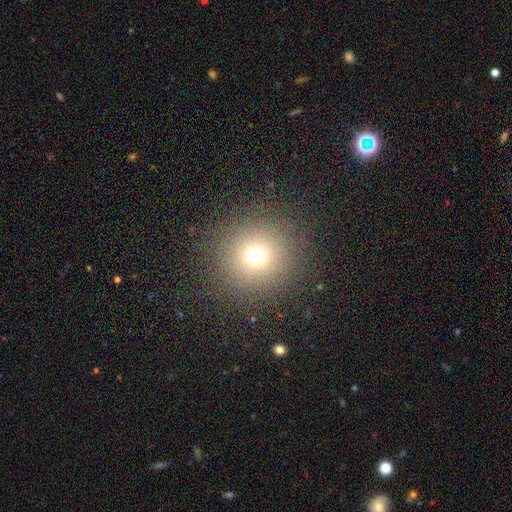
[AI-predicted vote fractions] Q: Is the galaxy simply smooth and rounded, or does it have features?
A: smooth — 69%.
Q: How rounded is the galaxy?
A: round — 95%.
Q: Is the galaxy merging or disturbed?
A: none — 88%.